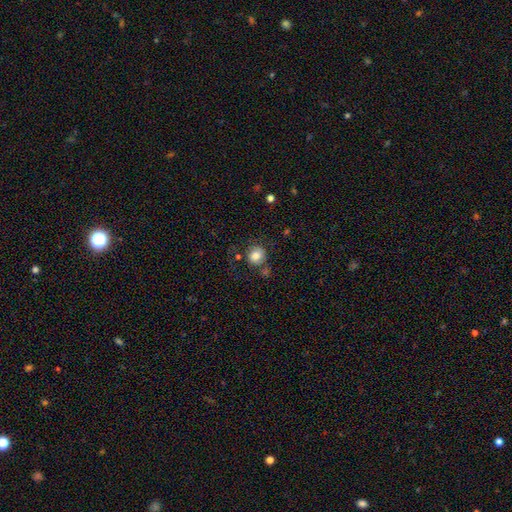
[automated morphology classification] The model was most divided on "merging": none: 70%, minor disturbance: 15%, merger: 9%, major disturbance: 7%. More confident: how rounded — round (81%); smooth or featured — smooth (81%).